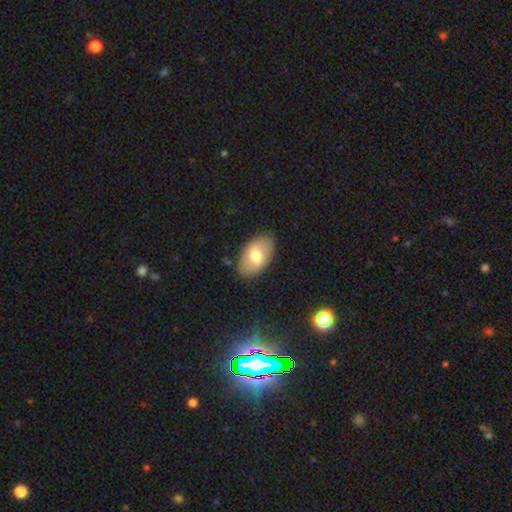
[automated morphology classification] A smooth galaxy with no disk features (68%) that is in between round and cigar-shaped (93%). Merging: none (84%).